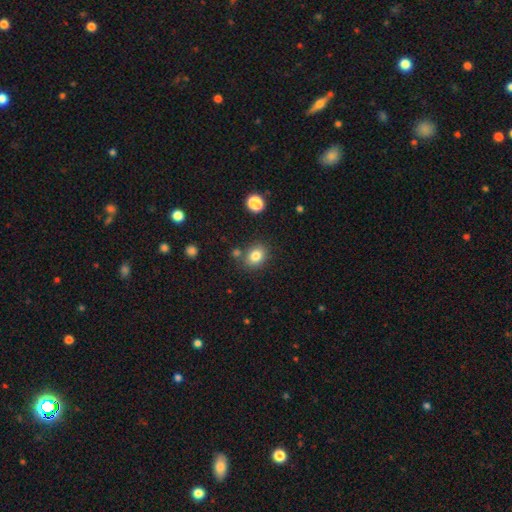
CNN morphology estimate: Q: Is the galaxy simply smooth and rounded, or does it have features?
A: smooth — 81%.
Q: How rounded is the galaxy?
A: in between — 51%.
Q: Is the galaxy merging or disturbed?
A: none — 77%.